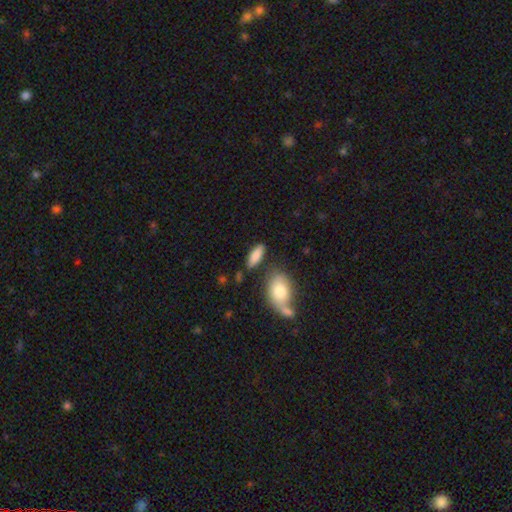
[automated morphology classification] smooth 85%, featured or disk 9%, star or artifact 7%. Down the decision tree: how rounded — in between (76%); merging — none (74%).